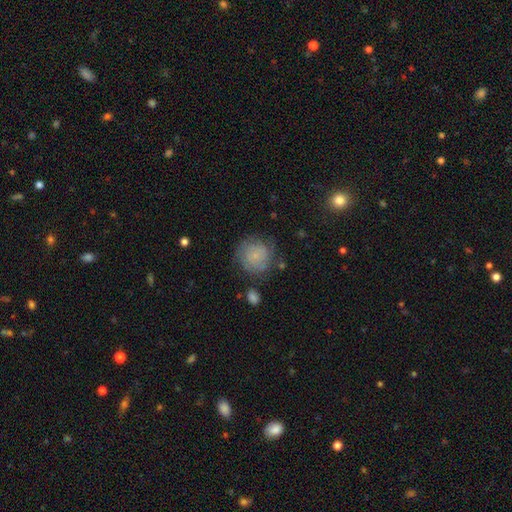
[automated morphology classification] A smooth galaxy with no disk features (54%) that is round (89%). Merging: none (69%).